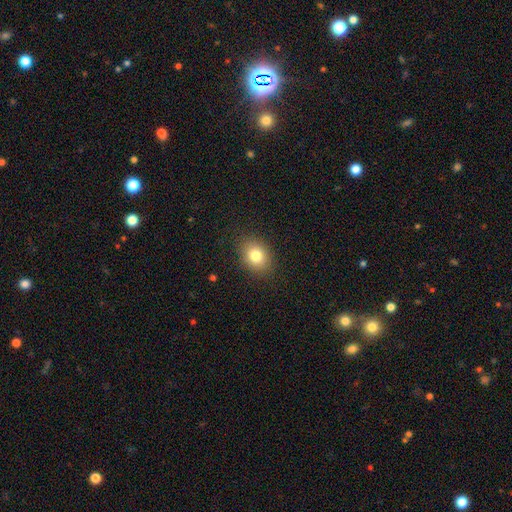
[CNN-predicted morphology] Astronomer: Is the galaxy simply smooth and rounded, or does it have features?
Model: smooth — 80%.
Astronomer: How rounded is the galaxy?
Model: in between — 57% (runner-up: round, 42%).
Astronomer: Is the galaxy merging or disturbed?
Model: none — 87%.